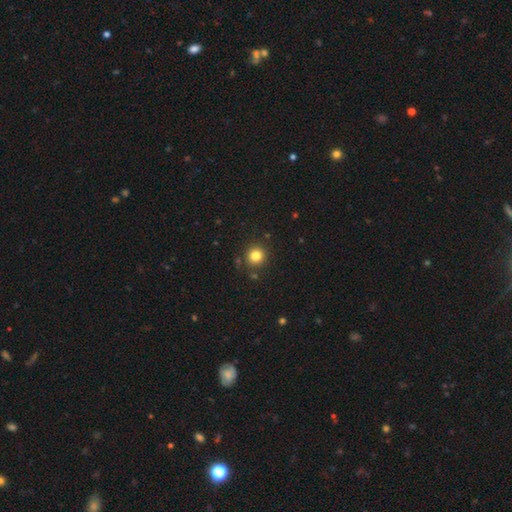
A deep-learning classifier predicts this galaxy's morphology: This appears to be a smooth galaxy with no disk features (82%) that is round (92%). Merging: none (87%).